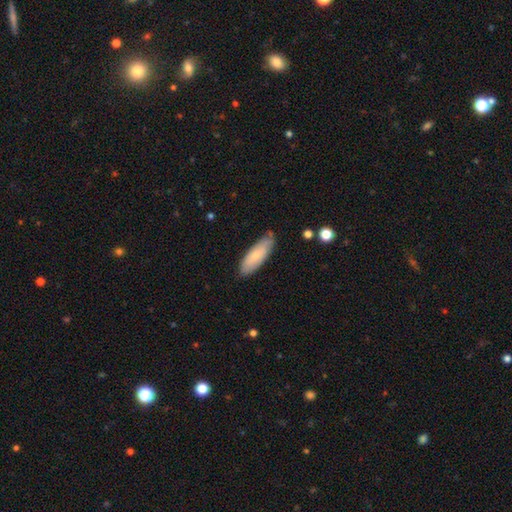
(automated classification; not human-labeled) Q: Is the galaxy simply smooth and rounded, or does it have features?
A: smooth — 76%.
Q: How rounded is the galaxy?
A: in between — 58%.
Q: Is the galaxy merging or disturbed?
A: none — 74%.